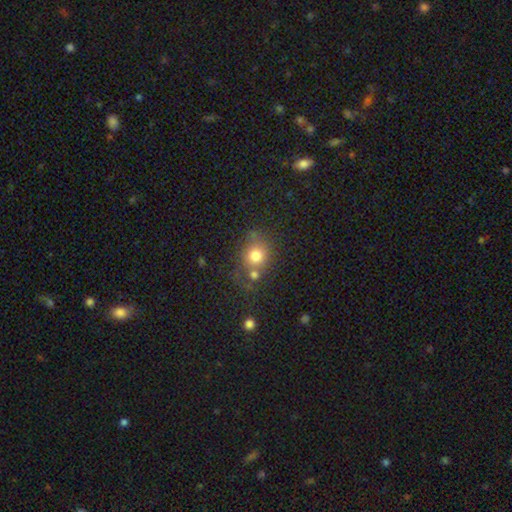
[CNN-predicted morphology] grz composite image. It shows a smooth galaxy with no disk features (77%) that is round (74%). Merging: none (54%).